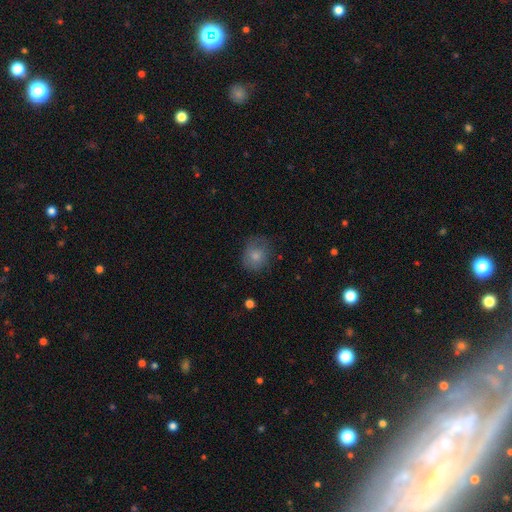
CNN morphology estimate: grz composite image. It shows a smooth galaxy with no disk features (80%) that is round (73%). Merging: none (66%).